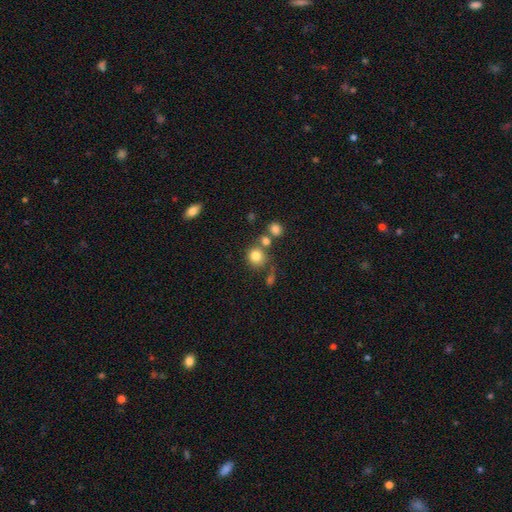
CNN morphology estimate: Smooth or featured?
  - smooth: 80% *
  - star or artifact: 12%
  - featured or disk: 8%
How rounded?
  - round: 86% *
  - in between: 13%
  - cigar-shaped: 1%
Merging?
  - none: 63% *
  - merger: 20%
  - minor disturbance: 11%
  - major disturbance: 5%